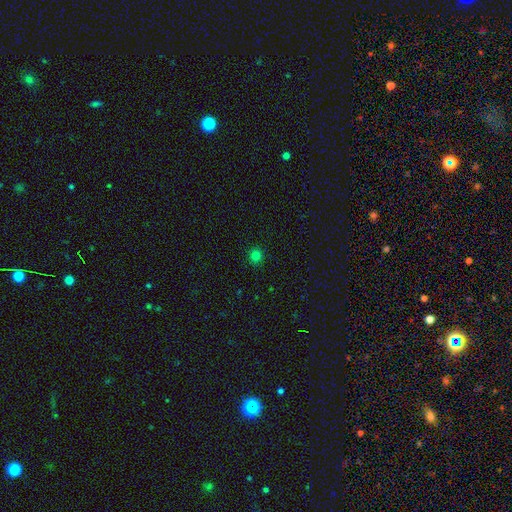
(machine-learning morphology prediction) smooth-or-featured: smooth: 79% | star or artifact: 17% | featured or disk: 4%
  how-rounded: round: 90% | in between: 10% | cigar-shaped: 1%
  merging: none: 91% | minor disturbance: 6% | major disturbance: 2% | merger: 1%